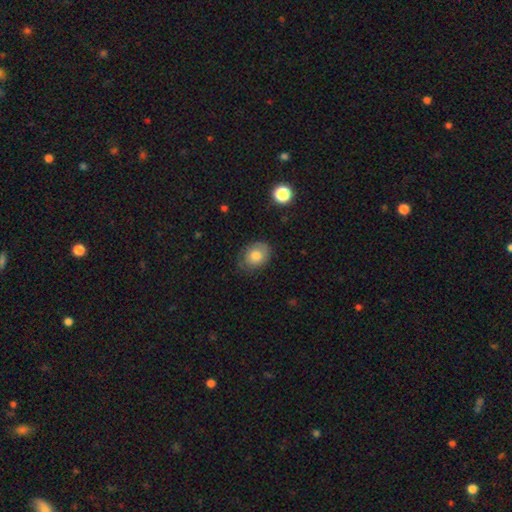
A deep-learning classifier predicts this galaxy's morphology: smooth 75%, featured or disk 17%, star or artifact 8%. Down the decision tree: how rounded — in between (59%); merging — none (69%).